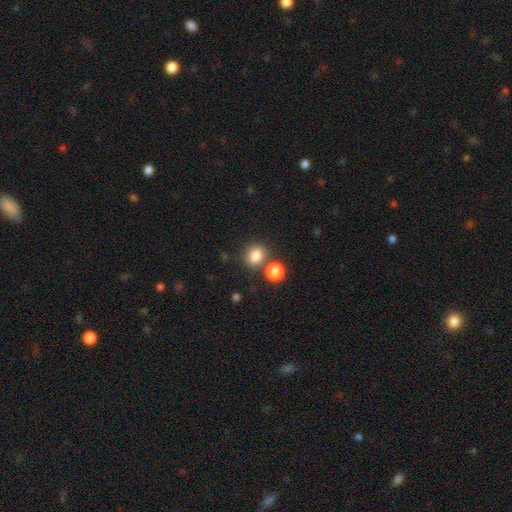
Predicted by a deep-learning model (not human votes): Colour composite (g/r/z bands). It shows a smooth galaxy with no disk features (83%) that is round (71%). Merging: none (71%).